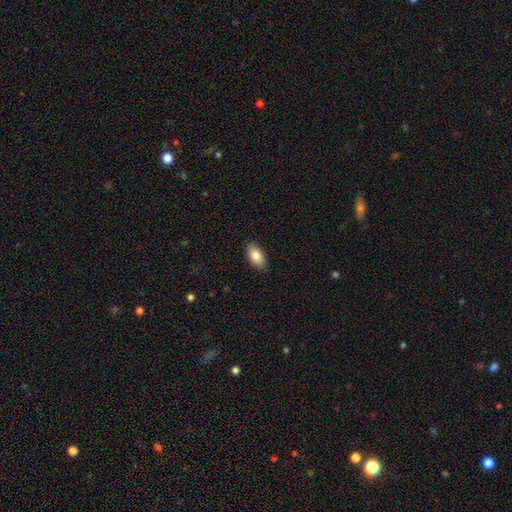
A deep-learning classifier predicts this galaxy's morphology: This appears to be a smooth galaxy with no disk features (84%) that is in between round and cigar-shaped (93%). Merging: none (88%).